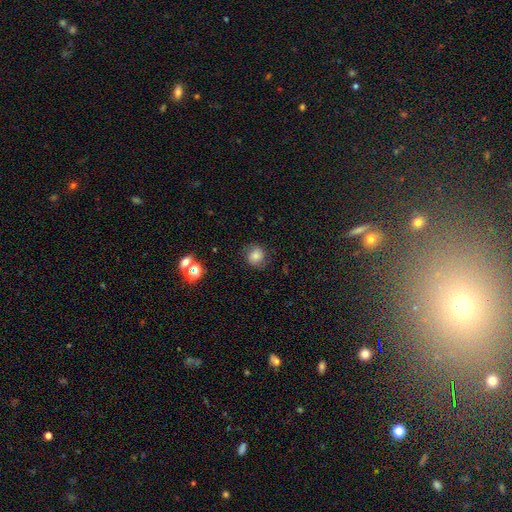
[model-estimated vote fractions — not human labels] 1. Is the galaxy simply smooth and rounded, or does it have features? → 75% smooth, 14% star or artifact, 11% featured or disk.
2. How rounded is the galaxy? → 86% round, 13% in between, 1% cigar-shaped.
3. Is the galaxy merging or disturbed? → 80% none, 14% minor disturbance, 5% major disturbance, 2% merger.